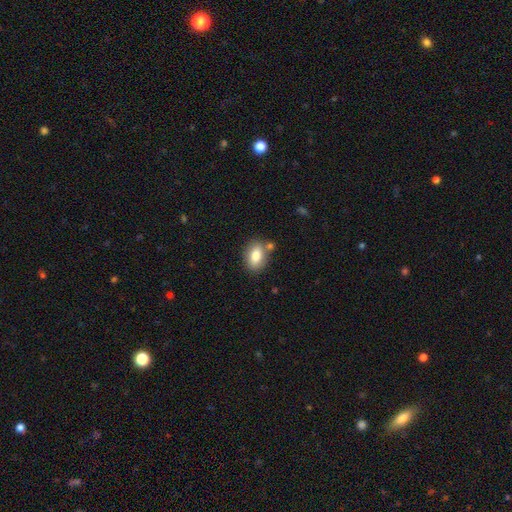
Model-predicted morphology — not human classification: smooth 77%, featured or disk 15%, star or artifact 8%. Down the decision tree: how rounded — in between (82%); merging — none (75%).